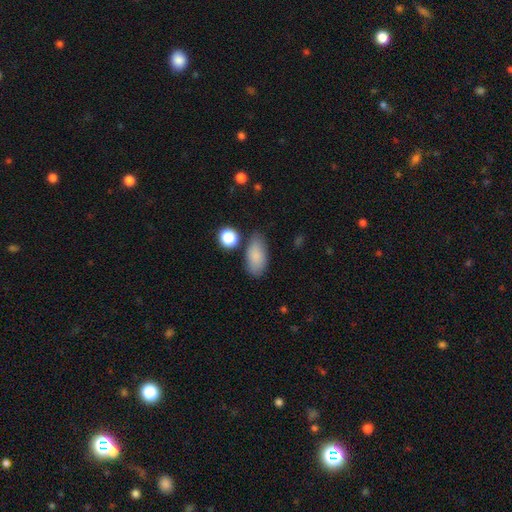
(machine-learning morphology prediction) Smooth or featured? Predicted: smooth (p=0.85). How rounded? Predicted: in between (p=0.89). Merging? Predicted: none (p=0.69).